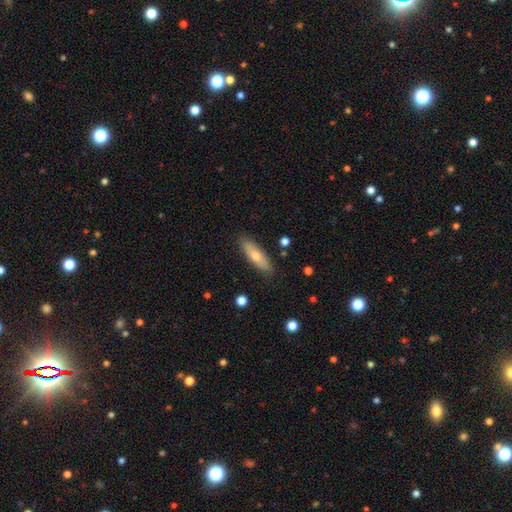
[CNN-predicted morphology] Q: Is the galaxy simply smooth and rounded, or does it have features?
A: smooth — 61%.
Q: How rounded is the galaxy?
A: cigar-shaped — 57%.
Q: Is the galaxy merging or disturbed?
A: none — 88%.